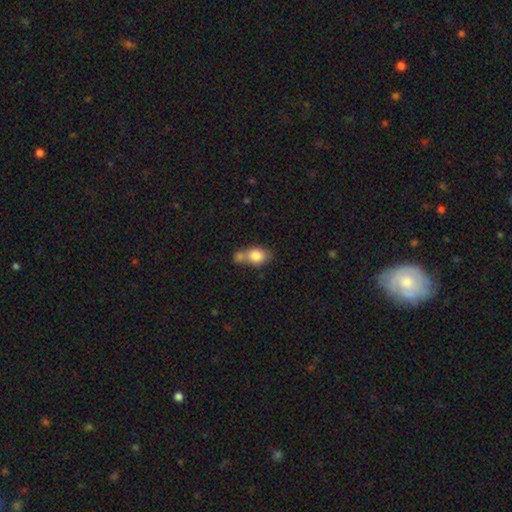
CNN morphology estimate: Smooth or featured: smooth — 81% (featured or disk — 11%)
How rounded: in between — 65% (round — 33%)
Merging: merger — 51% (none — 33%)